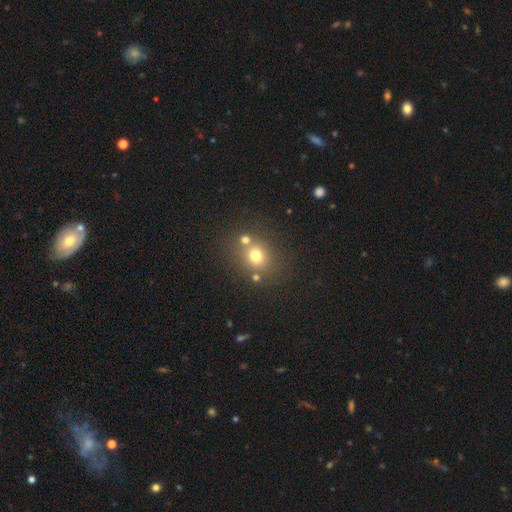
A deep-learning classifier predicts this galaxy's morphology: Smooth or featured? Predicted: smooth (p=0.71). How rounded? Predicted: round (p=0.76). Merging? Predicted: none (p=0.66).